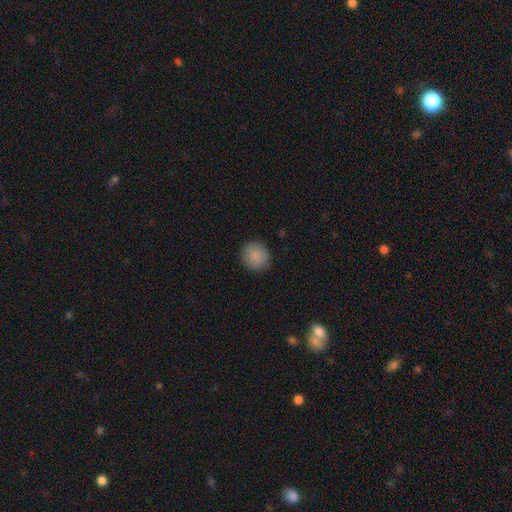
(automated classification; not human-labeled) A smooth galaxy with no disk features (88%) that is round (89%).

Vote fractions:
- Smooth or featured? smooth: 88% / star or artifact: 8% / featured or disk: 4%
- How rounded? round: 89% / in between: 10% / cigar-shaped: 1%
- Merging? none: 90% / minor disturbance: 7% / major disturbance: 2% / merger: 1%